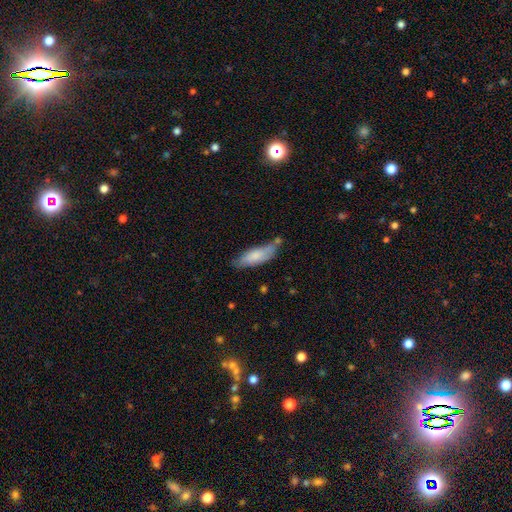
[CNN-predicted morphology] Smooth or featured: smooth — 75% (featured or disk — 19%)
How rounded: in between — 55% (cigar-shaped — 44%)
Merging: none — 57% (minor disturbance — 28%)